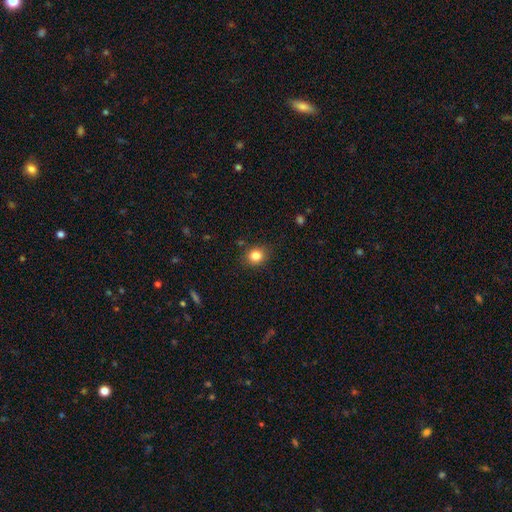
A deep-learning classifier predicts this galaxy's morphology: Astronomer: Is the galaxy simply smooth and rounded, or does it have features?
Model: smooth — 84%.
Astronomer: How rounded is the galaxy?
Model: round — 77%.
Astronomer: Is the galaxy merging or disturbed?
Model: none — 85%.